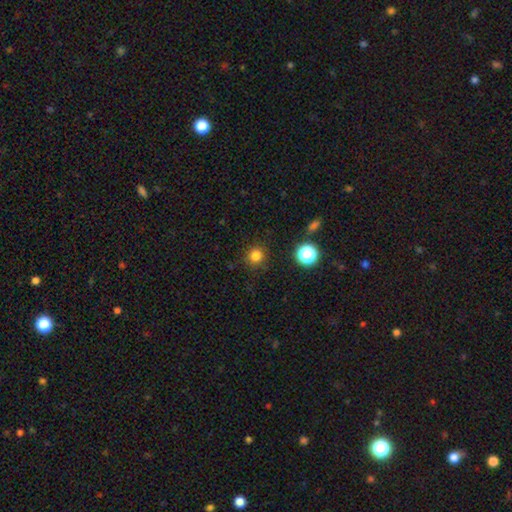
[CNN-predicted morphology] Overall: smooth (80%). How rounded: round (94%). Merging: none (90%).